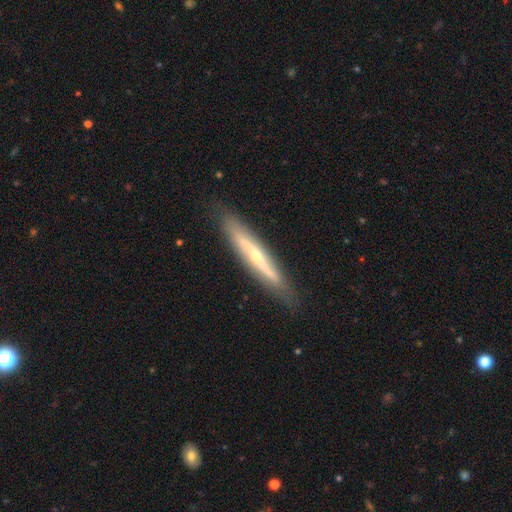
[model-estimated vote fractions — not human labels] Smooth or featured? Predicted: featured or disk (p=0.71). Edge-on disk? Predicted: yes (p=0.80). Edge-on bulge? Predicted: rounded (p=0.78). Merging? Predicted: none (p=0.82).